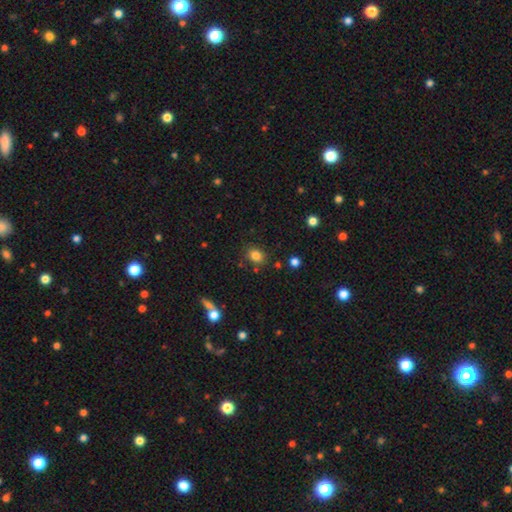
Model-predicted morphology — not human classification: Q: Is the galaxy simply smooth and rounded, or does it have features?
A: smooth — 82%.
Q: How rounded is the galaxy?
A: in between — 50%.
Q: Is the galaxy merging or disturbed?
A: none — 79%.